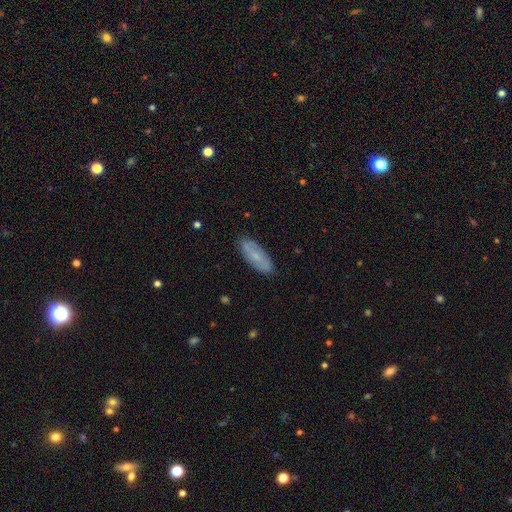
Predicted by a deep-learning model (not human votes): smooth_or_featured: smooth (p=0.52) [alt: featured or disk p=0.41]
how_rounded: in between (p=0.71) [alt: cigar-shaped p=0.27]
merging: none (p=0.85) [alt: minor disturbance p=0.11]